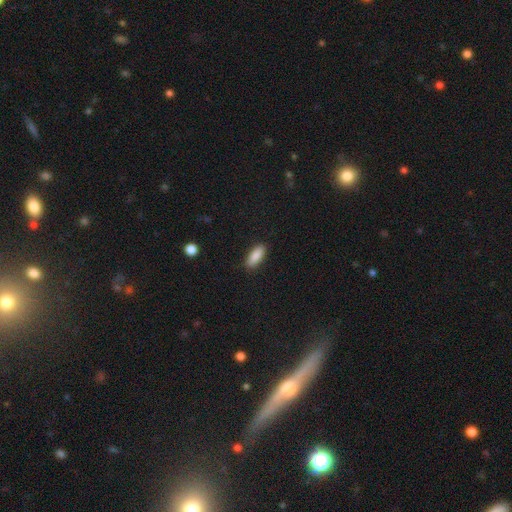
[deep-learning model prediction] A smooth galaxy with no disk features (88%) that is in between round and cigar-shaped (69%). Merging: none (88%).